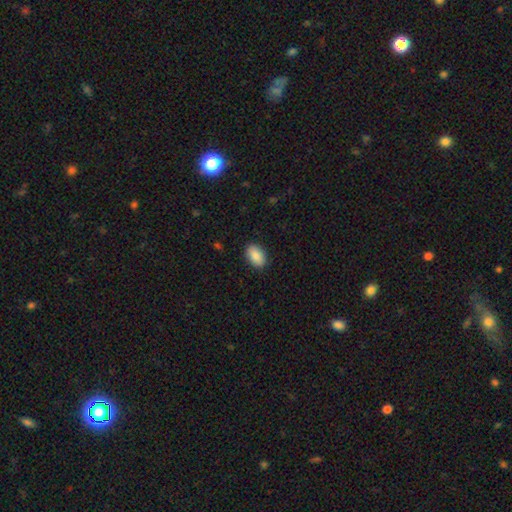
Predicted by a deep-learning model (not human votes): smooth_or_featured: smooth (p=0.90) [alt: star or artifact p=0.06]
how_rounded: in between (p=0.93) [alt: round p=0.06]
merging: none (p=0.89) [alt: minor disturbance p=0.08]